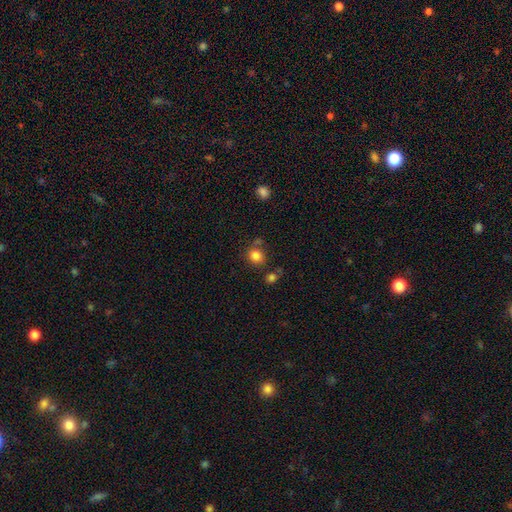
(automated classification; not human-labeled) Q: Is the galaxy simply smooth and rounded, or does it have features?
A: smooth — 83%.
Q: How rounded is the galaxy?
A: round — 80%.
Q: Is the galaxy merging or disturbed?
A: none — 70%.